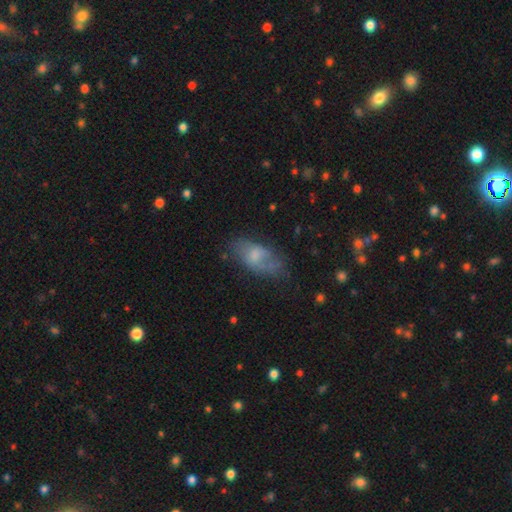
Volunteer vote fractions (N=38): Q: Smooth or featured?
A: smooth (58%); runner-up: featured or disk (37%)
Q: How rounded?
A: in between (82%); runner-up: round (9%)
Q: Merging?
A: none (56%); runner-up: minor disturbance (25%)